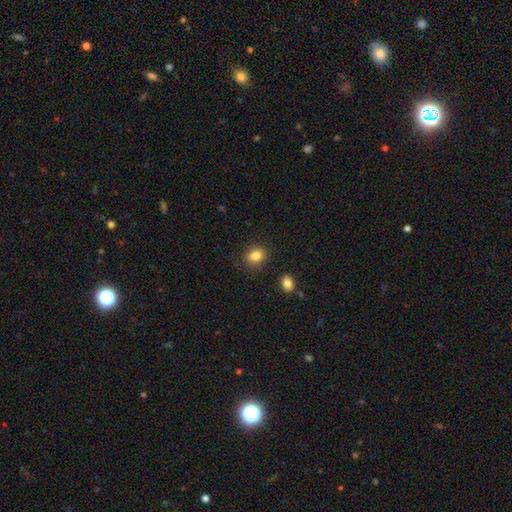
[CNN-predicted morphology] A smooth galaxy with no disk features (84%) that is round (57%).

Vote fractions:
- Smooth or featured? smooth: 84% / star or artifact: 10% / featured or disk: 6%
- How rounded? round: 57% / in between: 42% / cigar-shaped: 1%
- Merging? none: 86% / minor disturbance: 10% / major disturbance: 3% / merger: 2%